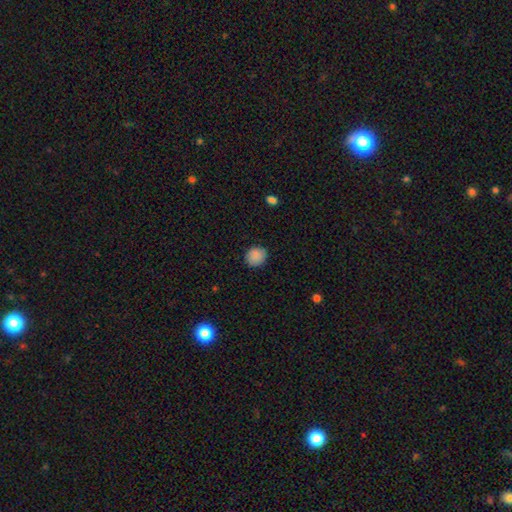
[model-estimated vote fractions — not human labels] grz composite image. It shows a smooth galaxy with no disk features (88%) that is round (80%). Merging: none (88%).